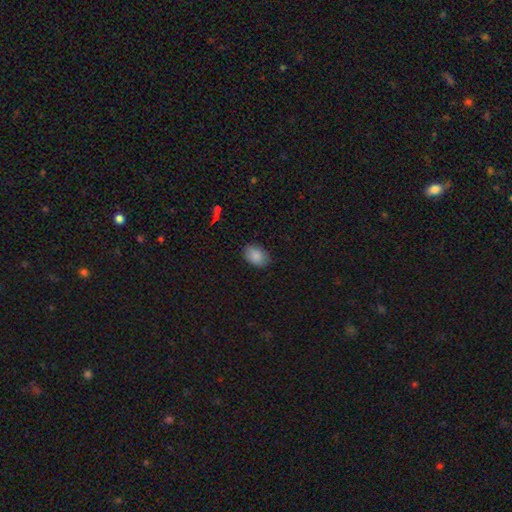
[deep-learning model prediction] This is clearly a smooth galaxy (87%). How rounded: clearly in between (84%). Merging: clearly none (83%).